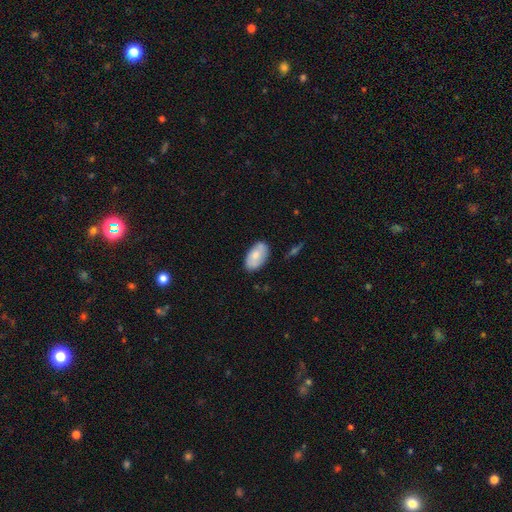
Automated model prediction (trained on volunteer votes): Smooth or featured: smooth — 71% (featured or disk — 23%)
How rounded: in between — 94% (round — 4%)
Merging: none — 79% (minor disturbance — 16%)